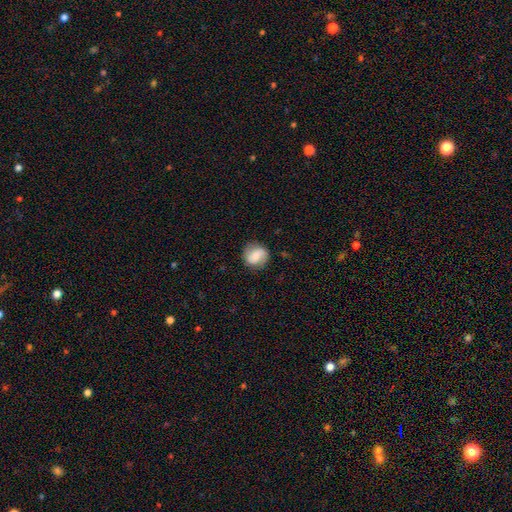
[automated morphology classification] smooth 58%, featured or disk 33%, star or artifact 9%. Down the decision tree: how rounded — round (77%); merging — none (78%).